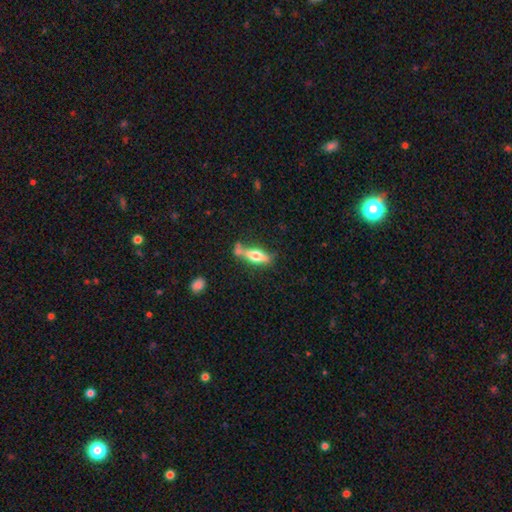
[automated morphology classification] smooth_or_featured: smooth (p=0.58) [alt: featured or disk p=0.35]
how_rounded: in between (p=0.50) [alt: cigar-shaped p=0.47]
merging: none (p=0.50) [alt: merger p=0.25]